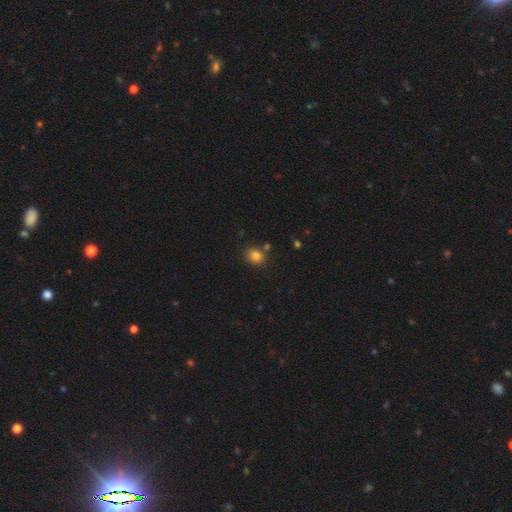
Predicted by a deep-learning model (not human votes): Morphology: type=smooth (83%); roundness=round (62%); merging=none (78%).